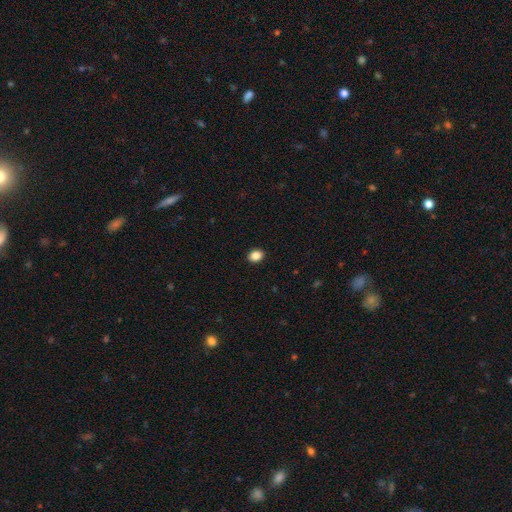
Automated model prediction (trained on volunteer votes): Smooth or featured? smooth (87%)
How rounded? in between (59%)
Merging? none (91%)